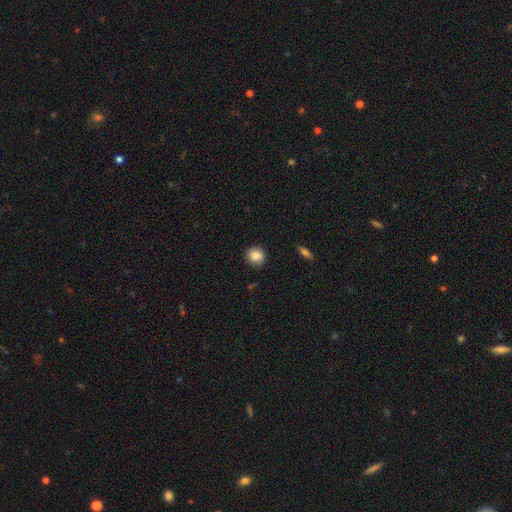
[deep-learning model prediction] smooth 86%, star or artifact 9%, featured or disk 6%. Down the decision tree: how rounded — round (89%); merging — none (90%).